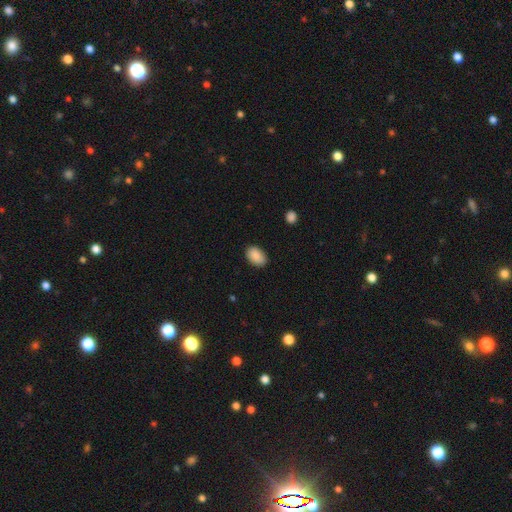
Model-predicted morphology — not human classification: Smooth or featured?
  - smooth: 89% *
  - star or artifact: 7%
  - featured or disk: 4%
How rounded?
  - in between: 88% *
  - round: 10%
  - cigar-shaped: 1%
Merging?
  - none: 86% *
  - minor disturbance: 10%
  - major disturbance: 2%
  - merger: 1%